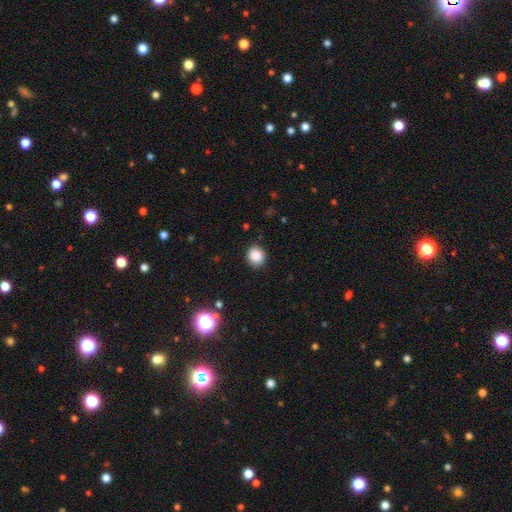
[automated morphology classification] Smooth or featured?
  - smooth: 86% *
  - star or artifact: 10%
  - featured or disk: 4%
How rounded?
  - round: 82% *
  - in between: 17%
  - cigar-shaped: 1%
Merging?
  - none: 88% *
  - minor disturbance: 9%
  - major disturbance: 2%
  - merger: 1%